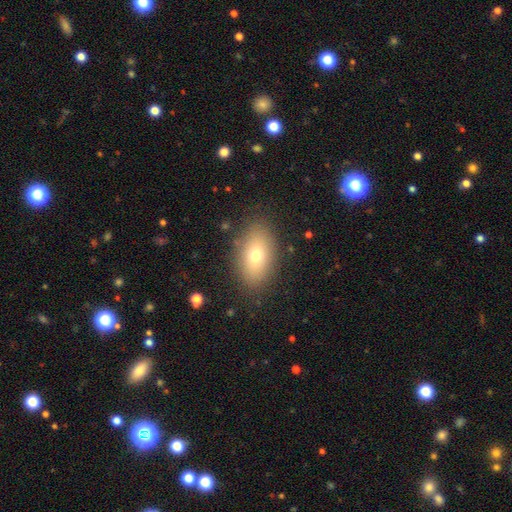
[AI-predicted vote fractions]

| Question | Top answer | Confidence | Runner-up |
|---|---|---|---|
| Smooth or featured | smooth | 70% | featured or disk (18%) |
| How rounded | in between | 88% | round (9%) |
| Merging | none | 86% | minor disturbance (9%) |